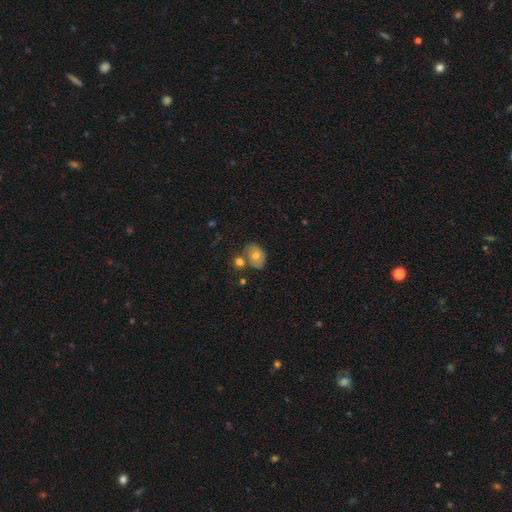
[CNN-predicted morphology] Smooth or featured? smooth (65%)
How rounded? in between (57%)
Merging? none (52%)